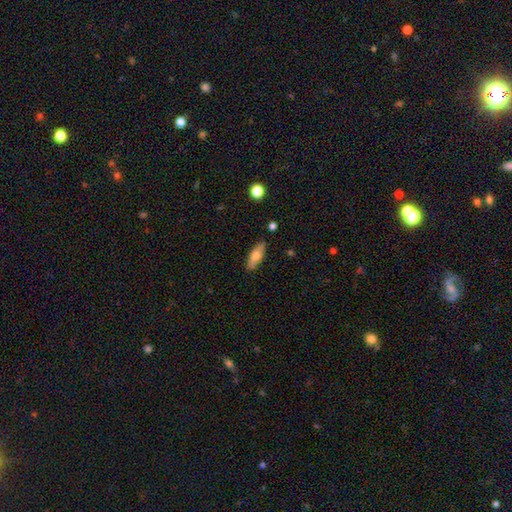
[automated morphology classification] A smooth galaxy with no disk features (66%) that is in between round and cigar-shaped (63%). Merging: none (86%).